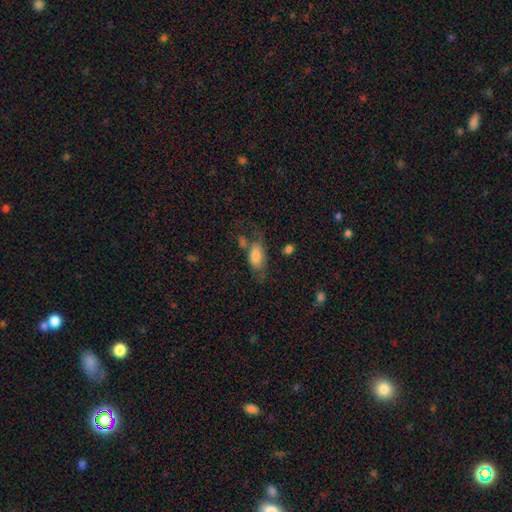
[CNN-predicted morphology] A smooth galaxy with no disk features (75%) that is in between round and cigar-shaped (88%). Merging: none (45%).